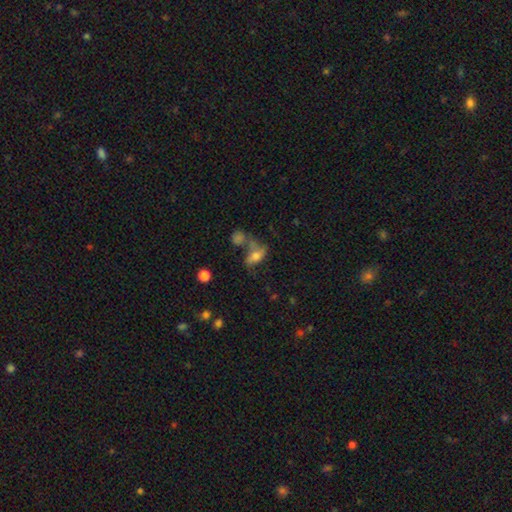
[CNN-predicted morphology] Smooth or featured: smooth — 61% (featured or disk — 26%)
How rounded: in between — 81% (round — 10%)
Merging: none — 33% (merger — 31%)